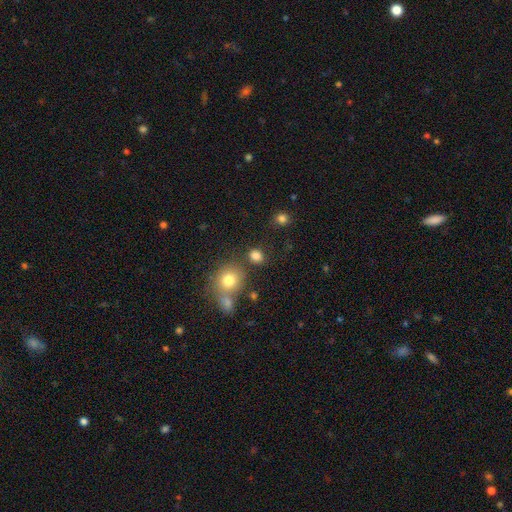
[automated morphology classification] Smooth or featured?
  - smooth: 81% *
  - star or artifact: 13%
  - featured or disk: 5%
How rounded?
  - round: 70% *
  - in between: 29%
  - cigar-shaped: 1%
Merging?
  - none: 74% *
  - merger: 11%
  - minor disturbance: 10%
  - major disturbance: 4%